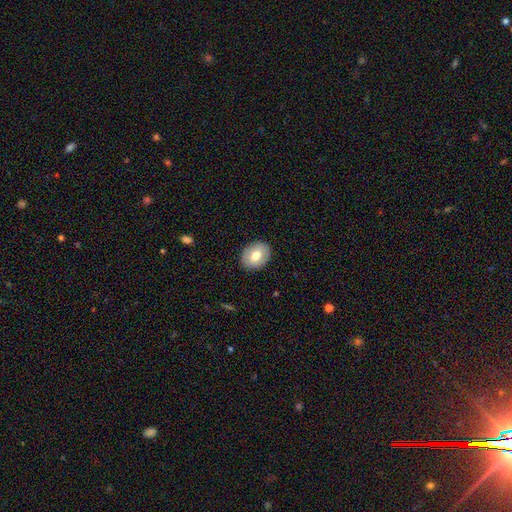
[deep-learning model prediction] Smooth or featured?
  - smooth: 71% *
  - featured or disk: 22%
  - star or artifact: 7%
How rounded?
  - in between: 52% *
  - round: 47%
  - cigar-shaped: 1%
Merging?
  - none: 89% *
  - minor disturbance: 8%
  - major disturbance: 2%
  - merger: 1%